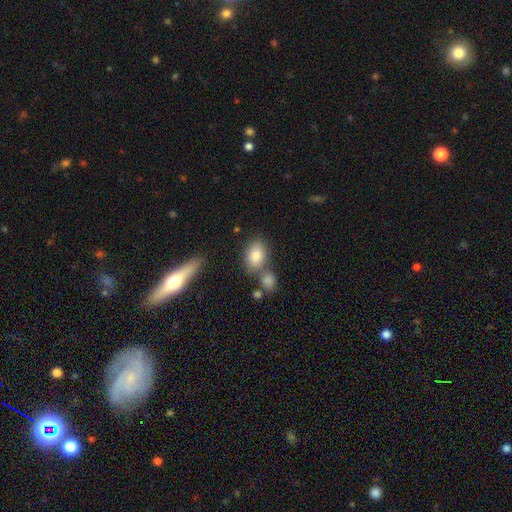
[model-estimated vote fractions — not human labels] A smooth galaxy with no disk features (83%) that is in between round and cigar-shaped (78%).

Vote fractions:
- Smooth or featured? smooth: 83% / featured or disk: 9% / star or artifact: 8%
- How rounded? in between: 78% / round: 19% / cigar-shaped: 2%
- Merging? none: 56% / merger: 24% / minor disturbance: 14% / major disturbance: 5%